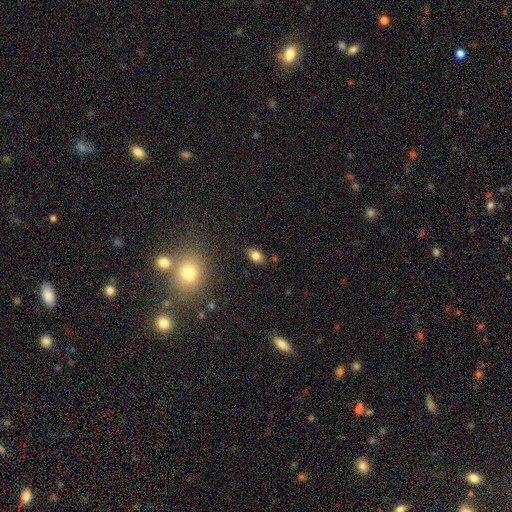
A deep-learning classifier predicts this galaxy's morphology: Q: Smooth or featured?
A: smooth (78%); runner-up: featured or disk (12%)
Q: How rounded?
A: in between (87%); runner-up: round (10%)
Q: Merging?
A: none (83%); runner-up: minor disturbance (12%)